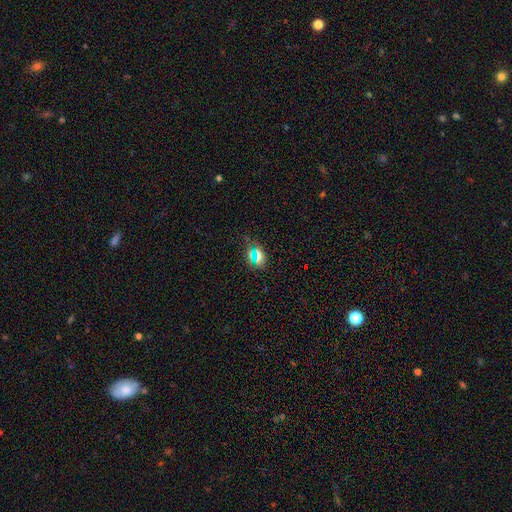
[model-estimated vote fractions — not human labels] This is possibly a smooth galaxy (58%). How rounded: likely in between (60%). Merging: likely none (74%).